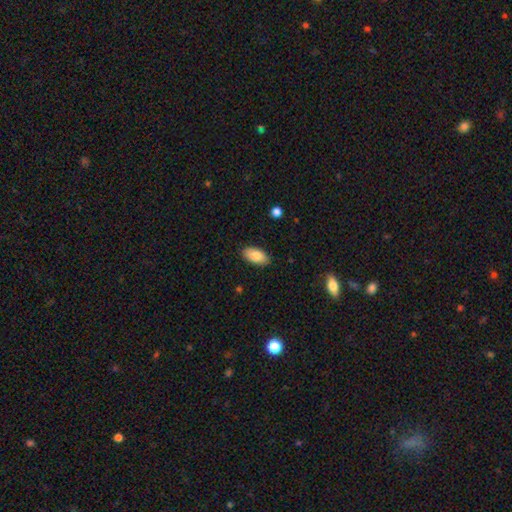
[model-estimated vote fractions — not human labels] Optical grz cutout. It shows a smooth galaxy with no disk features (86%) that is in between round and cigar-shaped (94%). Merging: none (87%).